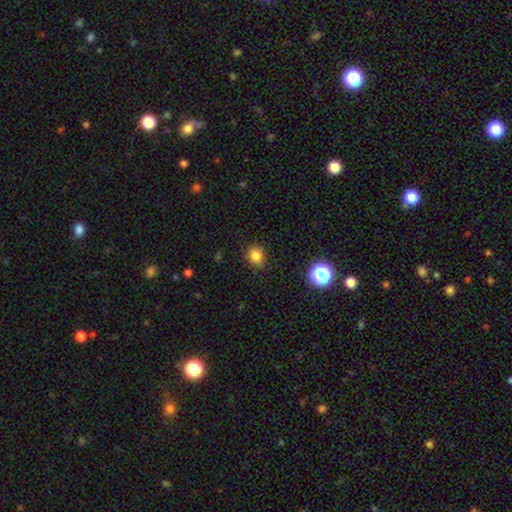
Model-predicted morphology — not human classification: Smooth or featured: smooth — 82% (star or artifact — 13%)
How rounded: round — 77% (in between — 22%)
Merging: none — 87% (minor disturbance — 9%)